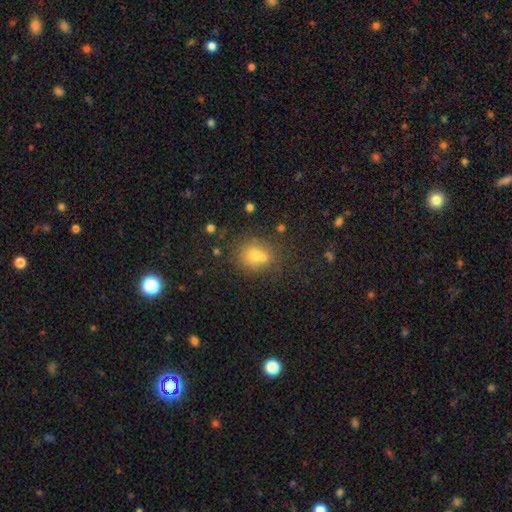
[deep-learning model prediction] Smooth or featured? Predicted: smooth (p=0.66). How rounded? Predicted: round (p=0.75). Merging? Predicted: none (p=0.56).